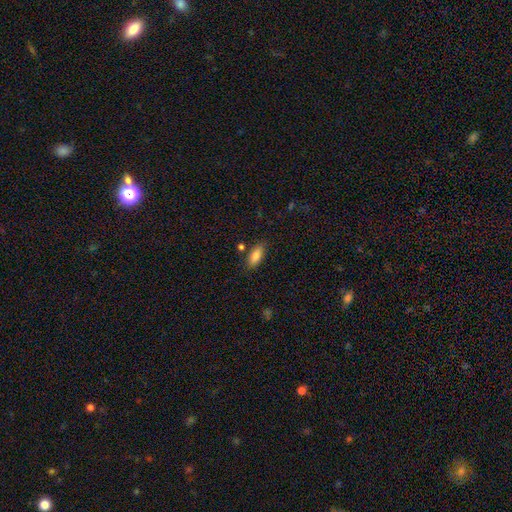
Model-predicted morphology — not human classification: This appears to be a smooth galaxy with no disk features (85%) that is in between round and cigar-shaped (82%). Merging: none (81%).